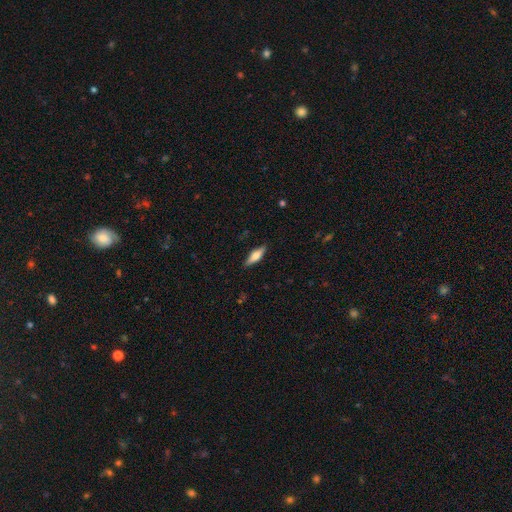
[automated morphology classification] smooth 56%, featured or disk 37%, star or artifact 6%. Down the decision tree: how rounded — cigar-shaped (52%); merging — none (86%).